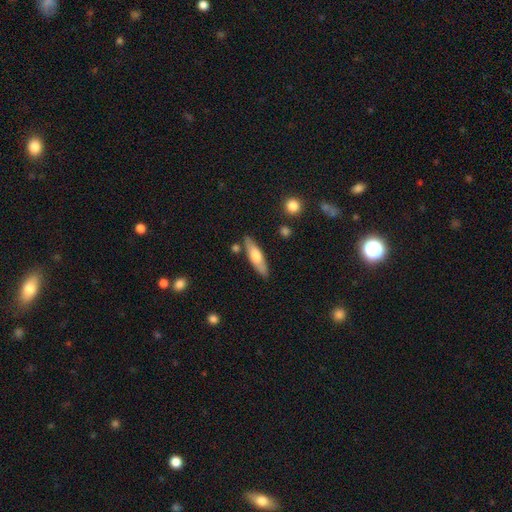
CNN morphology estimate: smooth 55%, featured or disk 39%, star or artifact 6%. Down the decision tree: how rounded — cigar-shaped (62%); merging — none (81%).